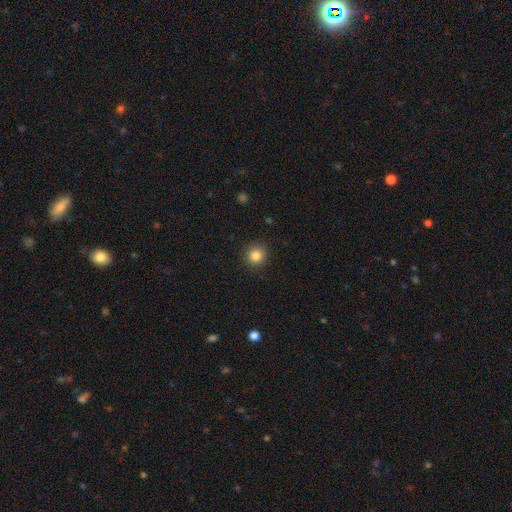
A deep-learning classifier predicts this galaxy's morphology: This is clearly a smooth galaxy (84%). How rounded: clearly round (91%). Merging: clearly none (90%).